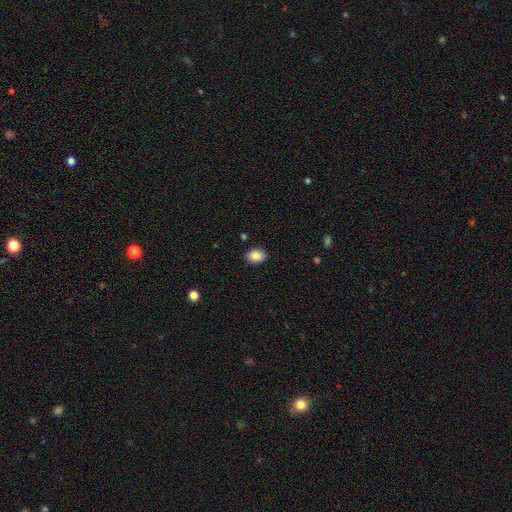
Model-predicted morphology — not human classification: Smooth or featured?
  - smooth: 88% *
  - star or artifact: 8%
  - featured or disk: 4%
How rounded?
  - in between: 70% *
  - round: 29%
  - cigar-shaped: 1%
Merging?
  - none: 88% *
  - minor disturbance: 9%
  - major disturbance: 2%
  - merger: 1%